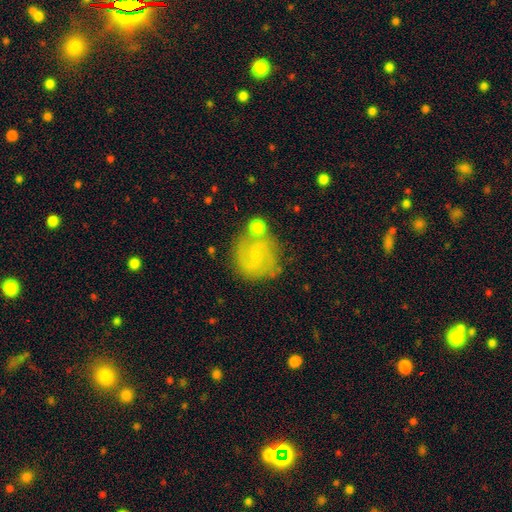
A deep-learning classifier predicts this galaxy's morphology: Smooth or featured? featured or disk (62%)
Edge-on disk? no (98%)
Bar? no (50%)
Spiral arms? yes (88%)
Spiral winding? medium (46%)
Spiral arm count? 2 (68%)
Bulge size? small (72%)
Merging? none (67%)